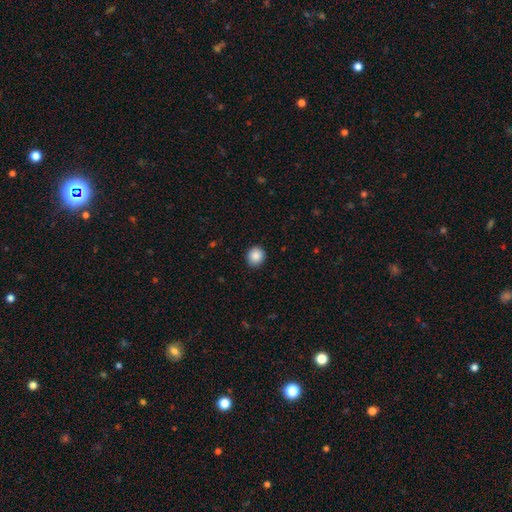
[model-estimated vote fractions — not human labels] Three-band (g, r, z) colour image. It shows a smooth galaxy with no disk features (88%) that is round (85%). Merging: none (91%).